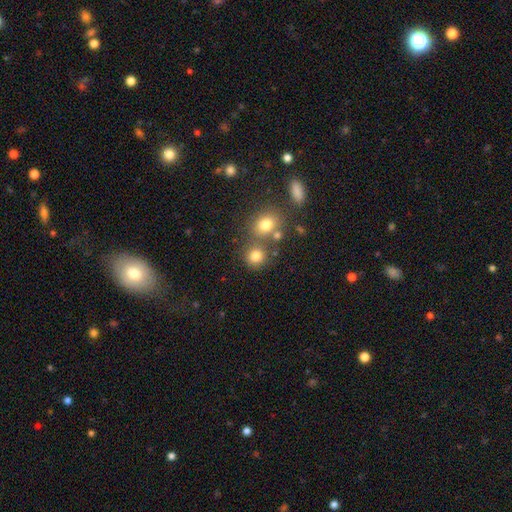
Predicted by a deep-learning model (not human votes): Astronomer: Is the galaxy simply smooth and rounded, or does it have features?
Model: smooth — 77%.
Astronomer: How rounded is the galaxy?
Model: round — 85%.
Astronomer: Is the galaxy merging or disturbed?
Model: none — 65%.